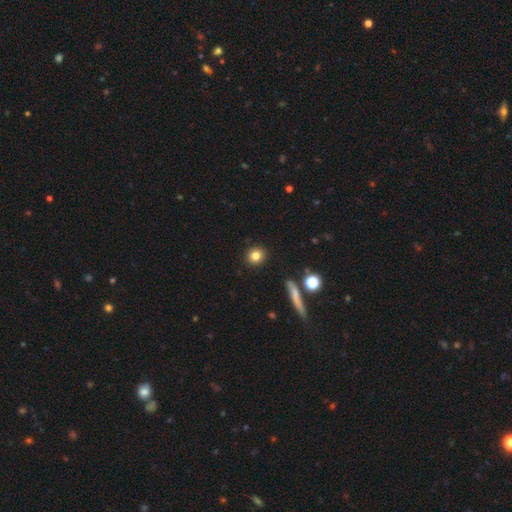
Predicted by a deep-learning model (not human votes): Smooth or featured? smooth (82%)
How rounded? round (84%)
Merging? none (90%)